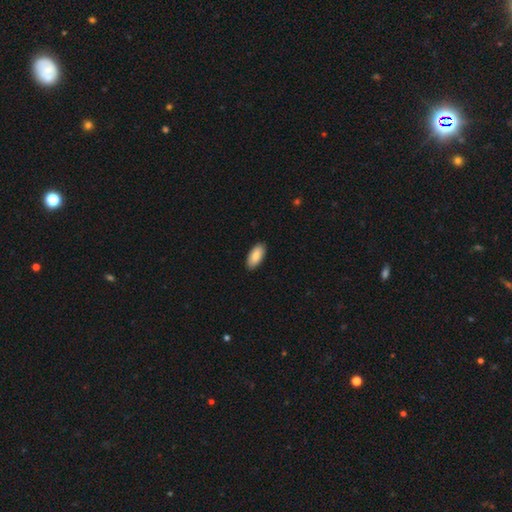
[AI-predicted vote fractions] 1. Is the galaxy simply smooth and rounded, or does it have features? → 88% smooth, 6% featured or disk, 6% star or artifact.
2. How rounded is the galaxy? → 91% in between, 7% cigar-shaped, 2% round.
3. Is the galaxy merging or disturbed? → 90% none, 8% minor disturbance, 2% major disturbance, 1% merger.